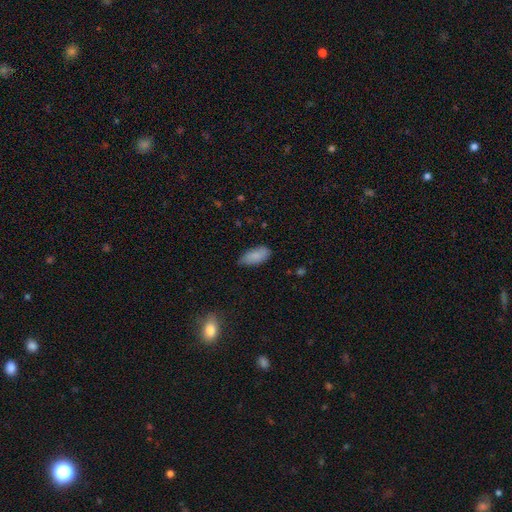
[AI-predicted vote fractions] This is clearly a smooth galaxy (86%). How rounded: clearly in between (92%). Merging: likely none (72%).